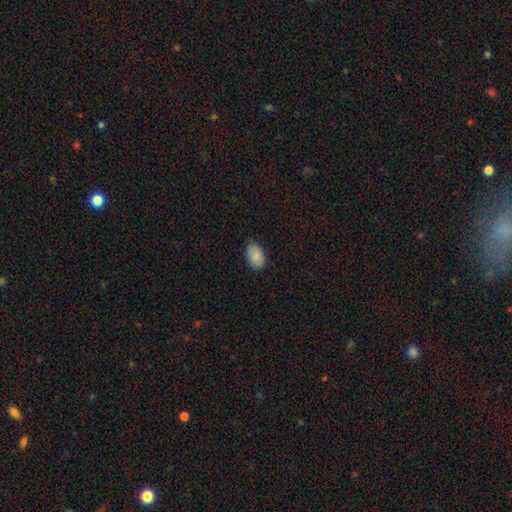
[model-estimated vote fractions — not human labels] Overall: smooth (86%). How rounded: in between (92%). Merging: none (77%).